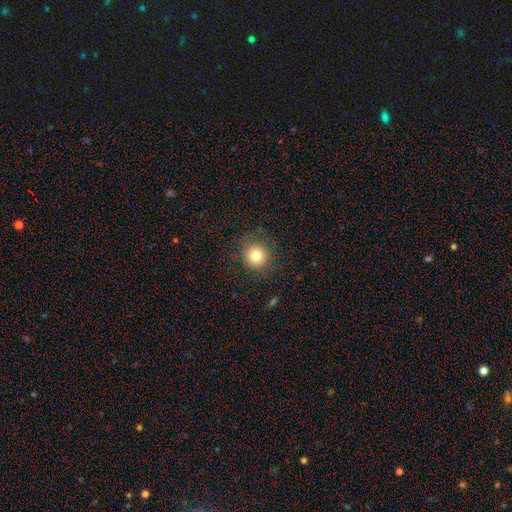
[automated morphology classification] Smooth or featured? smooth (79%)
How rounded? round (92%)
Merging? none (85%)